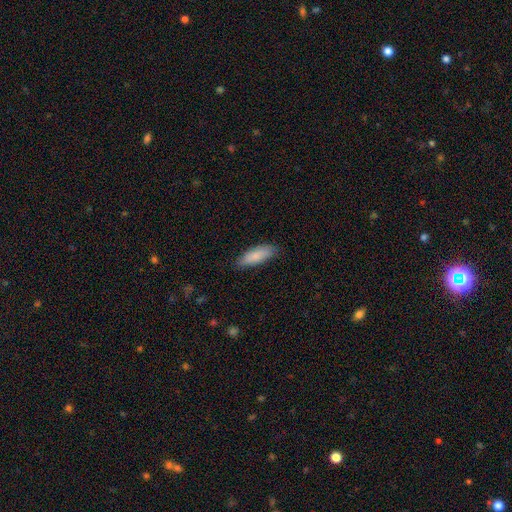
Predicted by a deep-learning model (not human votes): Smooth or featured?
  - smooth: 84% *
  - featured or disk: 10%
  - star or artifact: 6%
How rounded?
  - in between: 63% *
  - cigar-shaped: 35%
  - round: 2%
Merging?
  - none: 81% *
  - minor disturbance: 15%
  - major disturbance: 3%
  - merger: 1%